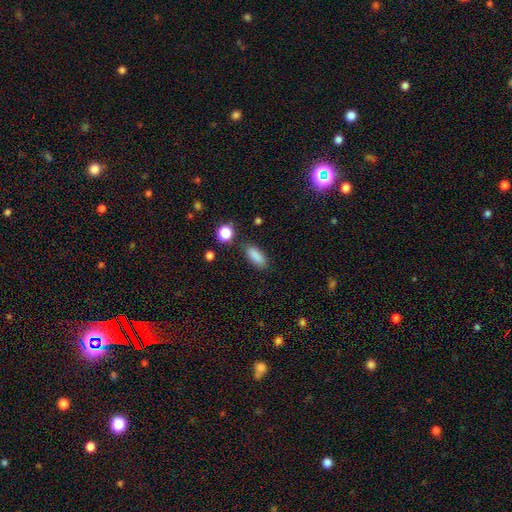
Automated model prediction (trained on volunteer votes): This appears to be a smooth galaxy with no disk features (86%) that is in between round and cigar-shaped (77%). Merging: none (83%).